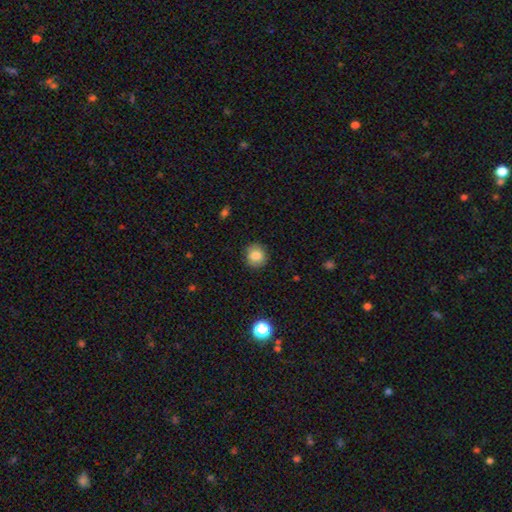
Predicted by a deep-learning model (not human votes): This is clearly a smooth galaxy (81%). How rounded: clearly round (82%). Merging: clearly none (87%).